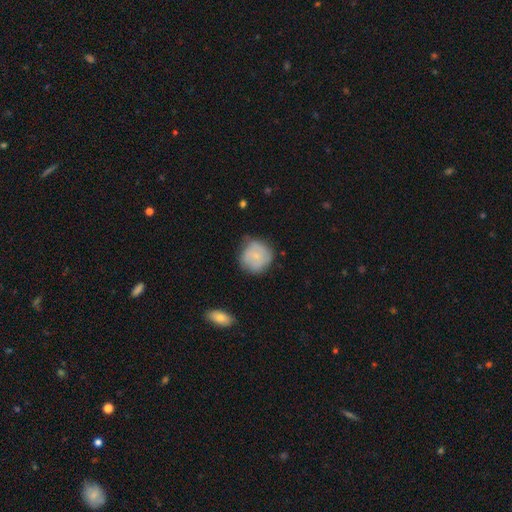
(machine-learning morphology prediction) Smooth or featured?
  - smooth: 68% *
  - featured or disk: 24%
  - star or artifact: 7%
How rounded?
  - round: 90% *
  - in between: 9%
  - cigar-shaped: 1%
Merging?
  - none: 59% *
  - minor disturbance: 30%
  - major disturbance: 7%
  - merger: 3%